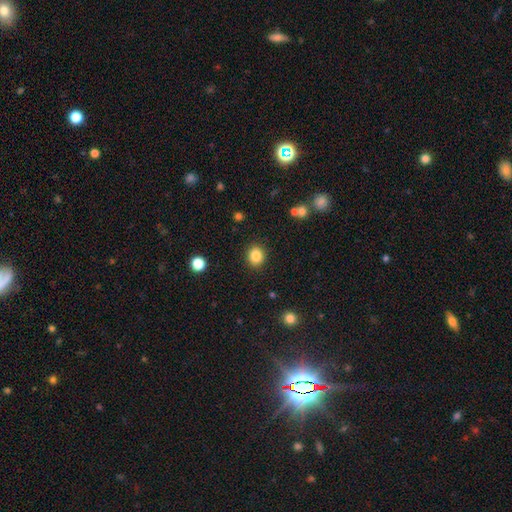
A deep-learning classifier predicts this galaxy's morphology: A smooth galaxy with no disk features (85%) that is round (76%).

Vote fractions:
- Smooth or featured? smooth: 85% / star or artifact: 10% / featured or disk: 5%
- How rounded? round: 76% / in between: 23% / cigar-shaped: 1%
- Merging? none: 90% / minor disturbance: 6% / major disturbance: 2% / merger: 1%